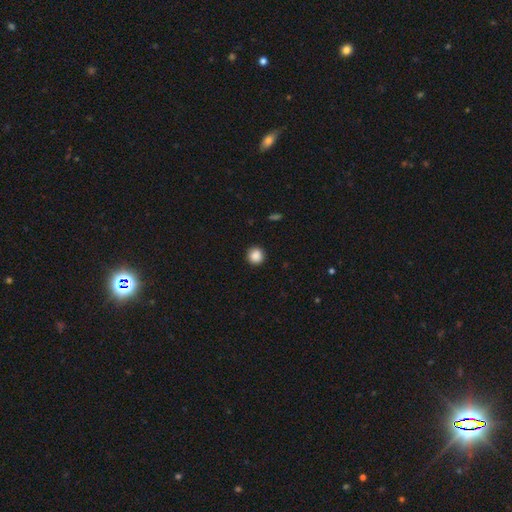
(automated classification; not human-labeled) Smooth or featured: smooth — 88% (star or artifact — 9%)
How rounded: round — 93% (in between — 6%)
Merging: none — 91% (minor disturbance — 6%)